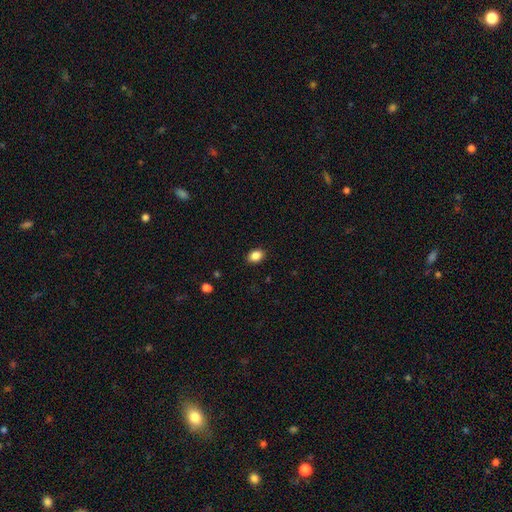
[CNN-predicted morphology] smooth-or-featured: smooth: 88% | star or artifact: 9% | featured or disk: 3%
  how-rounded: in between: 70% | round: 29% | cigar-shaped: 1%
  merging: none: 89% | minor disturbance: 8% | major disturbance: 2% | merger: 1%